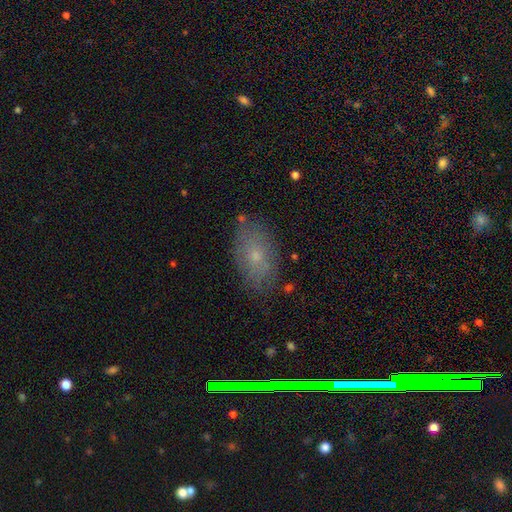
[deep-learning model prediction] Smooth or featured? Predicted: smooth (p=0.59). How rounded? Predicted: in between (p=0.90). Merging? Predicted: none (p=0.79).